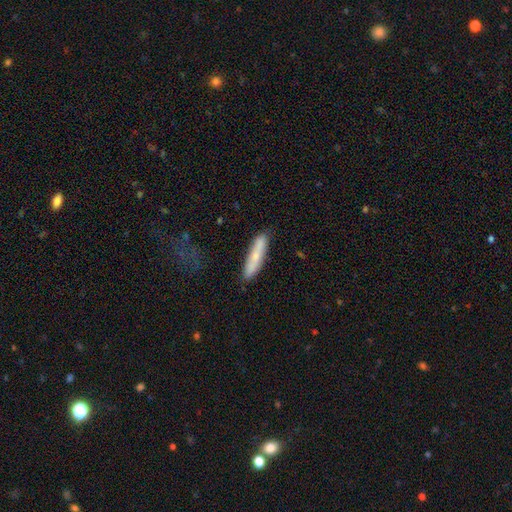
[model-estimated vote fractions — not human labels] A smooth galaxy with no disk features (64%) that is cigar-shaped (85%).

Vote fractions:
- Smooth or featured? smooth: 64% / featured or disk: 30% / star or artifact: 7%
- How rounded? cigar-shaped: 85% / in between: 14% / round: 2%
- Merging? none: 83% / minor disturbance: 12% / major disturbance: 3% / merger: 2%